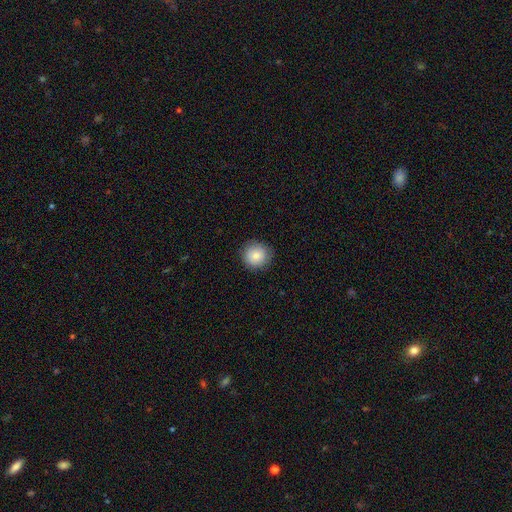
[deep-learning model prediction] This appears to be a smooth galaxy with no disk features (83%) that is round (92%). Merging: none (88%).